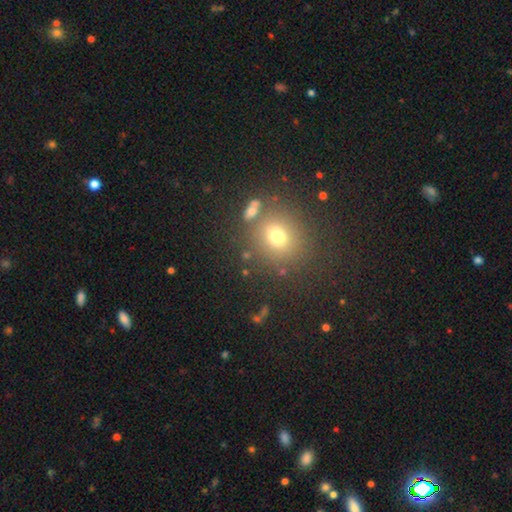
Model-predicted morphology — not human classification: smooth-or-featured: smooth: 62% | star or artifact: 28% | featured or disk: 10%
  how-rounded: round: 81% | in between: 18% | cigar-shaped: 1%
  merging: none: 76% | merger: 11% | minor disturbance: 9% | major disturbance: 4%